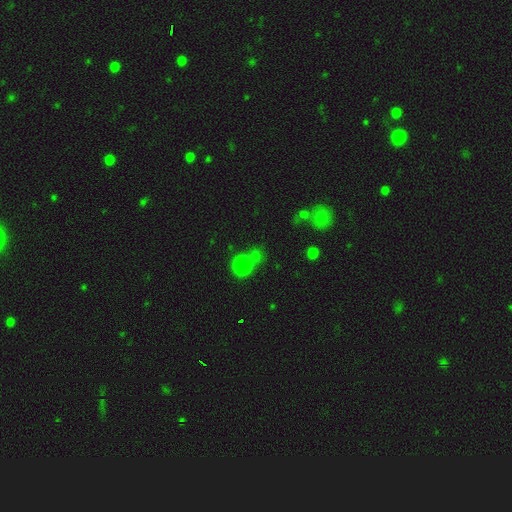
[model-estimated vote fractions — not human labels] Smooth or featured: smooth — 82% (star or artifact — 12%)
How rounded: round — 84% (in between — 15%)
Merging: none — 67% (merger — 18%)